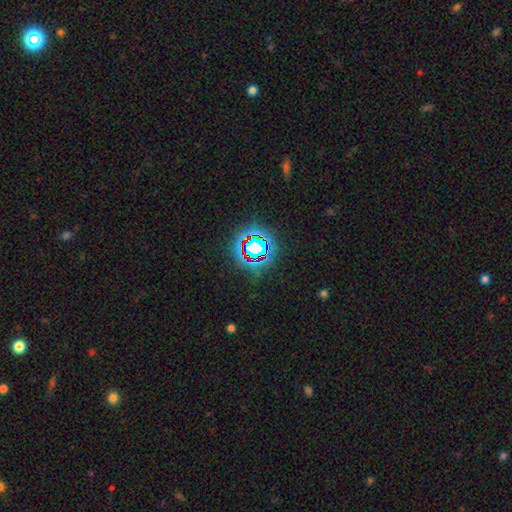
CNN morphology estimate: Smooth or featured: star or artifact — 78% (smooth — 13%)